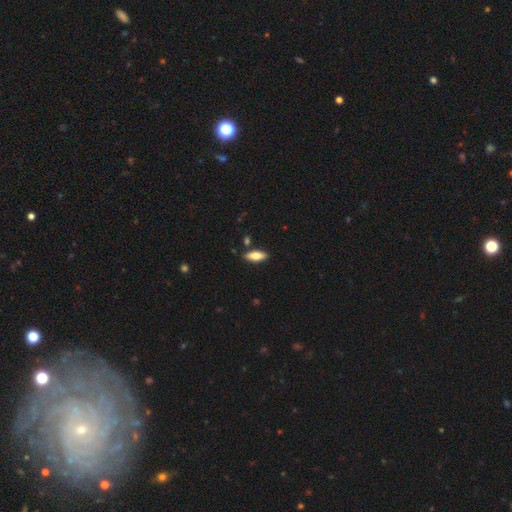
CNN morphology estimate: Smooth or featured? smooth (77%)
How rounded? in between (77%)
Merging? none (85%)